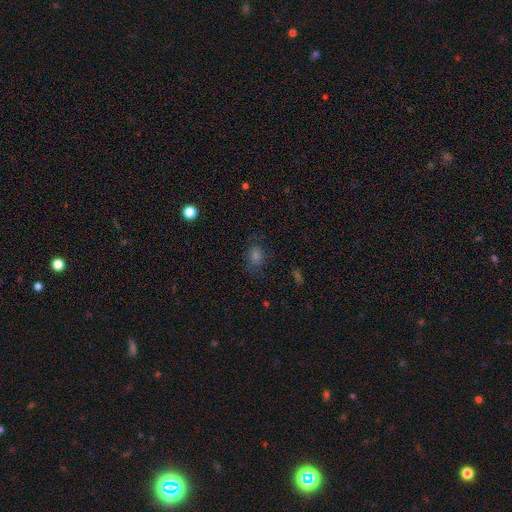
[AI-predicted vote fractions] Smooth or featured? Predicted: smooth (p=0.53). How rounded? Predicted: in between (p=0.52). Merging? Predicted: none (p=0.72).